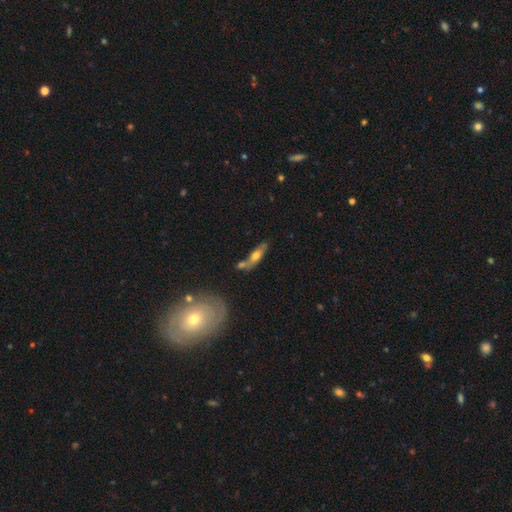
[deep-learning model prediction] Morphology: type=smooth (49%); merging=none (50%).